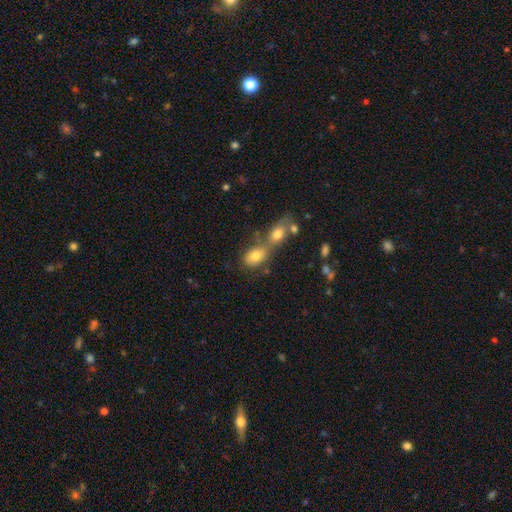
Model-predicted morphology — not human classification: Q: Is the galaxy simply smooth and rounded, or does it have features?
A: smooth — 78%.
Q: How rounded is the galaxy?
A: in between — 78%.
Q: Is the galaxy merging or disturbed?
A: merger — 54%.